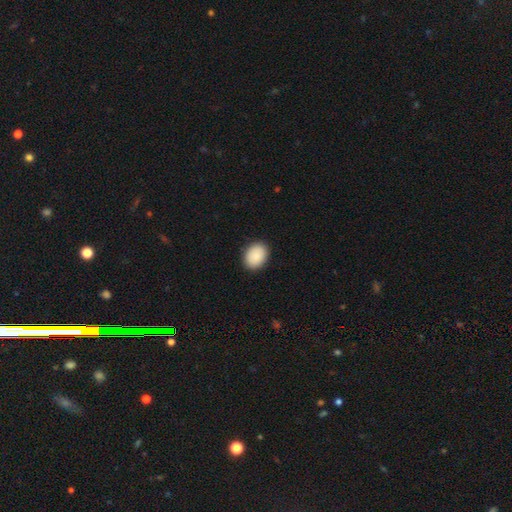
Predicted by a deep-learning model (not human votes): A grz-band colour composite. It shows a smooth galaxy with no disk features (89%) that is in between round and cigar-shaped (61%). Merging: none (90%).